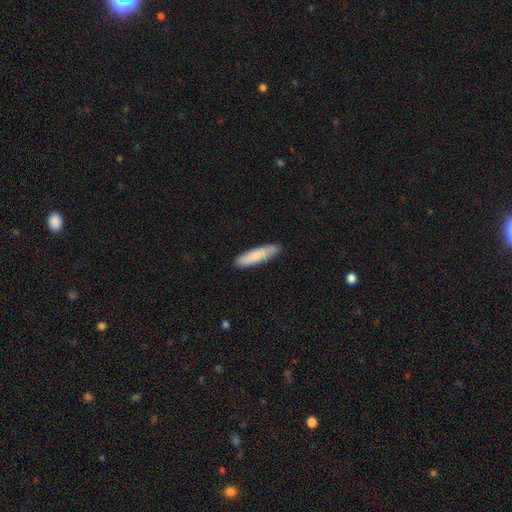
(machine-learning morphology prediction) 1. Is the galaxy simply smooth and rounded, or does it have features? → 83% smooth, 12% featured or disk, 5% star or artifact.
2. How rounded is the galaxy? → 78% cigar-shaped, 20% in between, 1% round.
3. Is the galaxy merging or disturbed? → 89% none, 8% minor disturbance, 1% major disturbance, 1% merger.